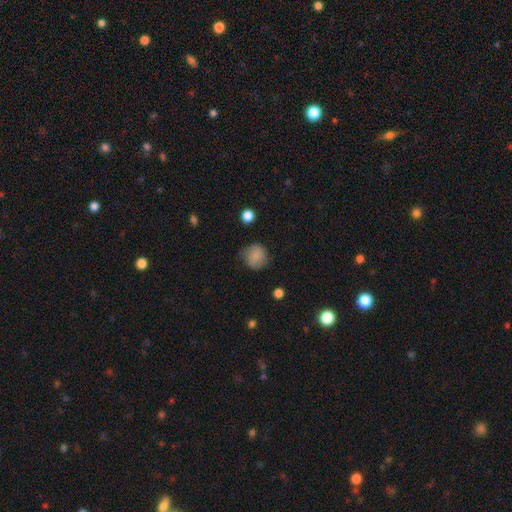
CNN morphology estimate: Smooth or featured? Predicted: smooth (p=0.78). How rounded? Predicted: round (p=0.86). Merging? Predicted: none (p=0.70).